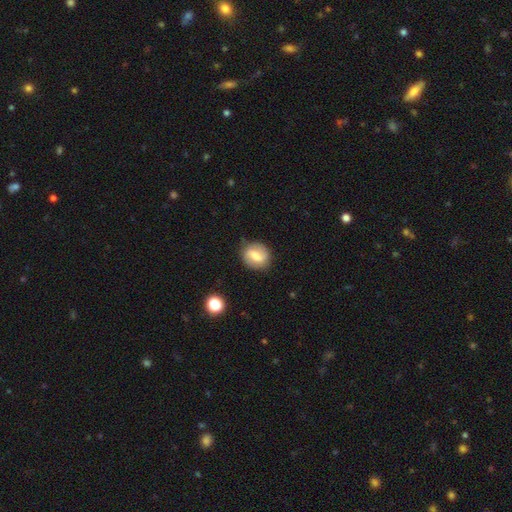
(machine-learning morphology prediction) This is possibly a smooth galaxy (51%). How rounded: possibly round (59%). Merging: clearly none (81%).